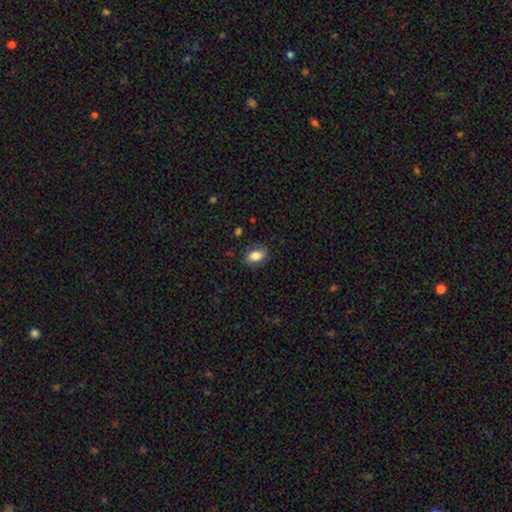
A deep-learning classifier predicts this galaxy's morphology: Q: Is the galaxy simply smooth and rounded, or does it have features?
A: smooth — 83%.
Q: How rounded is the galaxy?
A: in between — 87%.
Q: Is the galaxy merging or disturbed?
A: none — 82%.